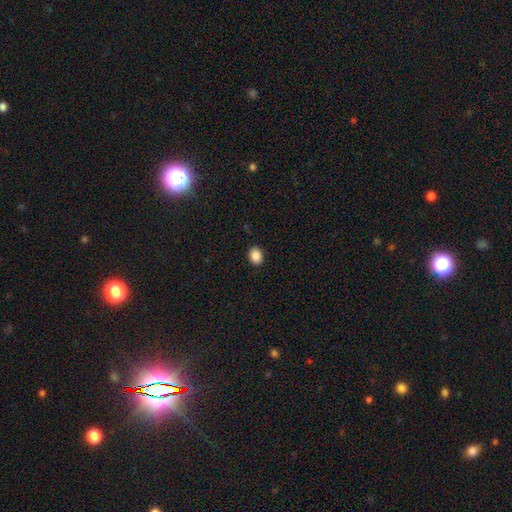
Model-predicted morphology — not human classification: type=smooth (88%); roundness=in between (55%); merging=none (90%).